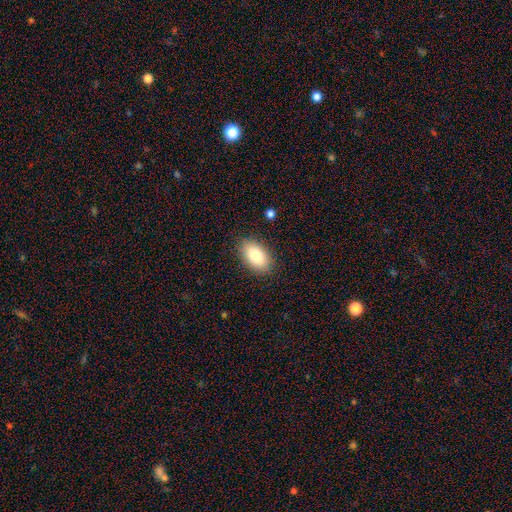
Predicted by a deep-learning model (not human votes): This appears to be a smooth galaxy with no disk features (82%) that is in between round and cigar-shaped (93%). Merging: none (87%).